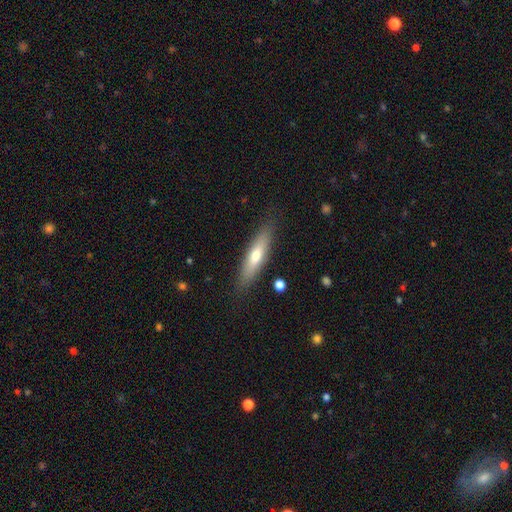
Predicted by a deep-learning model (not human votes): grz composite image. It shows a smooth galaxy with no disk features (58%) that is cigar-shaped (74%). Merging: none (86%).